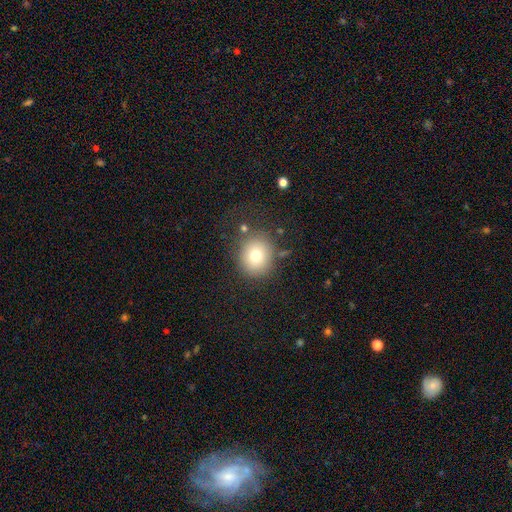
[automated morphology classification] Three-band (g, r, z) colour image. It shows a smooth galaxy with no disk features (77%) that is round (73%). Merging: none (78%).